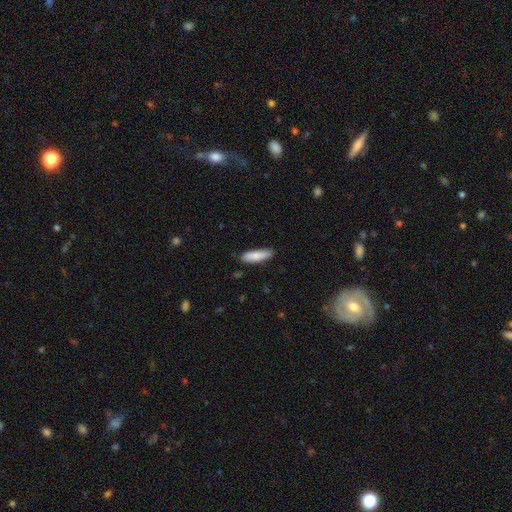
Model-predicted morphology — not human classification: Smooth or featured: smooth — 84% (featured or disk — 10%)
How rounded: cigar-shaped — 62% (in between — 36%)
Merging: none — 87% (minor disturbance — 10%)